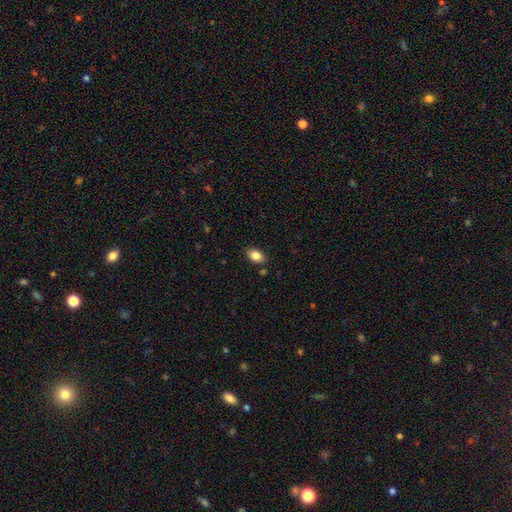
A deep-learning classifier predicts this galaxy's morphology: smooth 84%, star or artifact 9%, featured or disk 7%. Down the decision tree: how rounded — in between (86%); merging — none (84%).